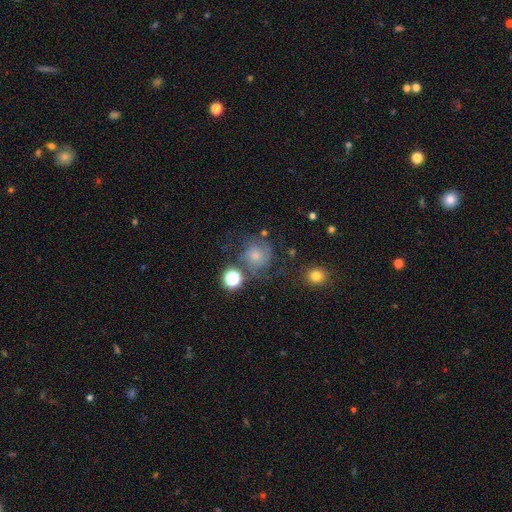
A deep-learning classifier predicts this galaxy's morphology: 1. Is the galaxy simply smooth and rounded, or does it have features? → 45% smooth, 40% featured or disk, 16% star or artifact.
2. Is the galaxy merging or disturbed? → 57% none, 20% minor disturbance, 16% major disturbance, 7% merger.